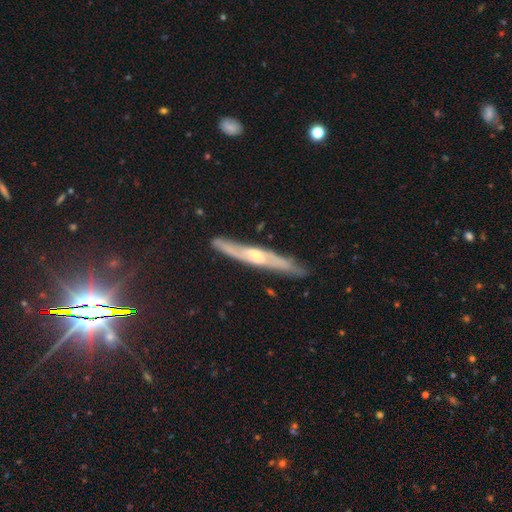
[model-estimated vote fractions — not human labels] Morphology: type=featured or disk (74%); edge-on=yes (85%); edge-on bulge=rounded (69%); merging=none (82%).